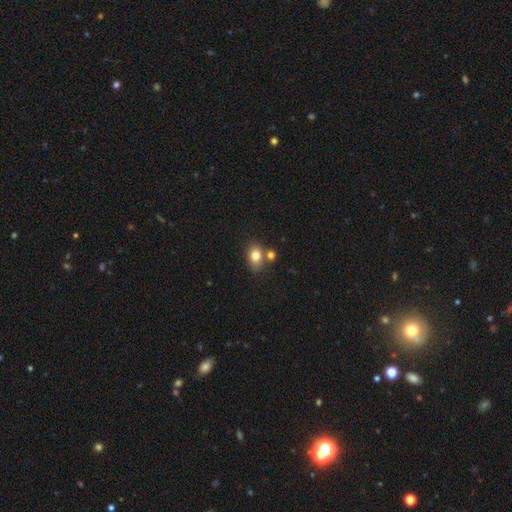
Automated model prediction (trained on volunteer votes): The model was most divided on "how rounded": in between: 67%, round: 32%, cigar-shaped: 1%. More confident: smooth or featured — smooth (80%); merging — none (59%).